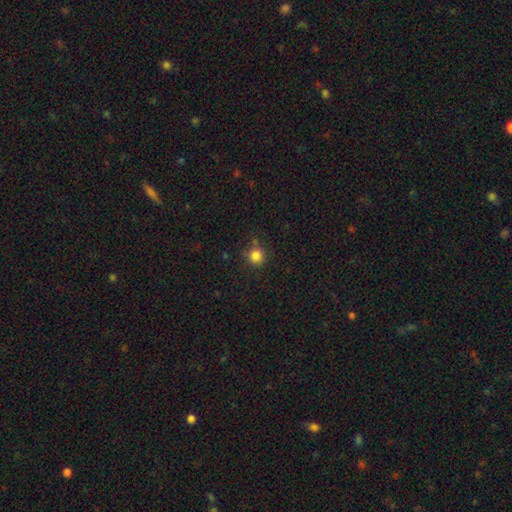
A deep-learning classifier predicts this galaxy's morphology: type=smooth (84%); roundness=round (92%); merging=none (78%).